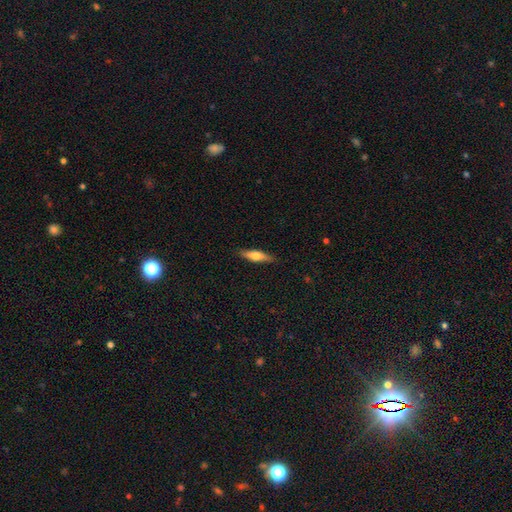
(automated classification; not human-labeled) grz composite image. It shows a smooth galaxy with no disk features (55%) that is cigar-shaped (67%). Merging: none (86%).